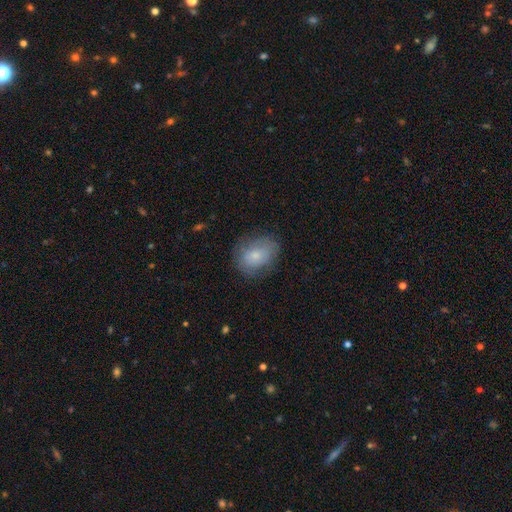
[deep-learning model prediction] Smooth or featured? smooth (74%)
How rounded? in between (62%)
Merging? none (72%)